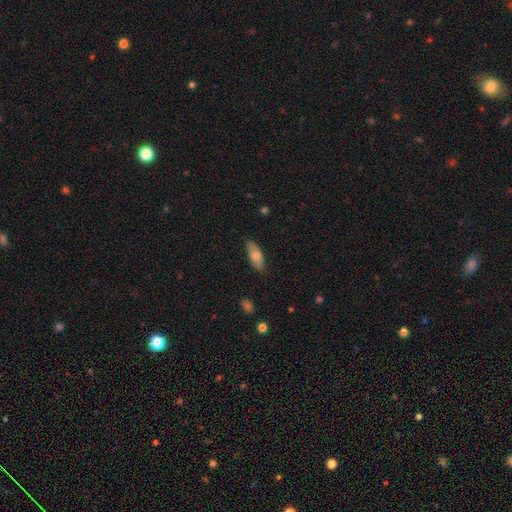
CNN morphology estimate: The model was most divided on "smooth or featured": smooth: 72%, featured or disk: 22%, star or artifact: 6%. More confident: merging — none (82%); how rounded — in between (80%).